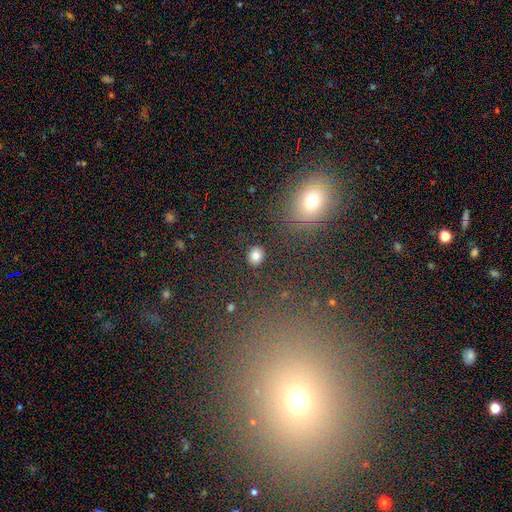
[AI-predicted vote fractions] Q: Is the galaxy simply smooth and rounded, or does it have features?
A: smooth — 82%.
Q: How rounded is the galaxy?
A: round — 71%.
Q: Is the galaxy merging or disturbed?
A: none — 88%.